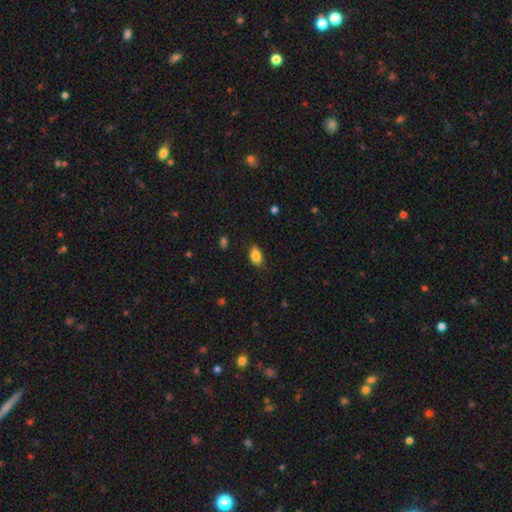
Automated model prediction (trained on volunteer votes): Q: Smooth or featured?
A: smooth (86%); runner-up: star or artifact (8%)
Q: How rounded?
A: in between (88%); runner-up: round (9%)
Q: Merging?
A: none (80%); runner-up: minor disturbance (15%)